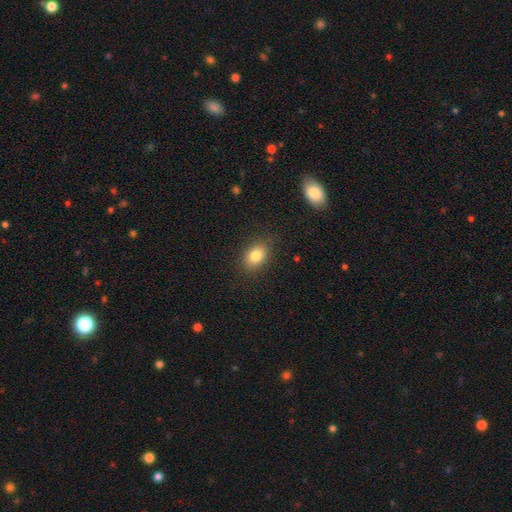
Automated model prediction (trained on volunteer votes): Smooth or featured: smooth — 82% (star or artifact — 10%)
How rounded: in between — 76% (round — 22%)
Merging: none — 84% (minor disturbance — 12%)